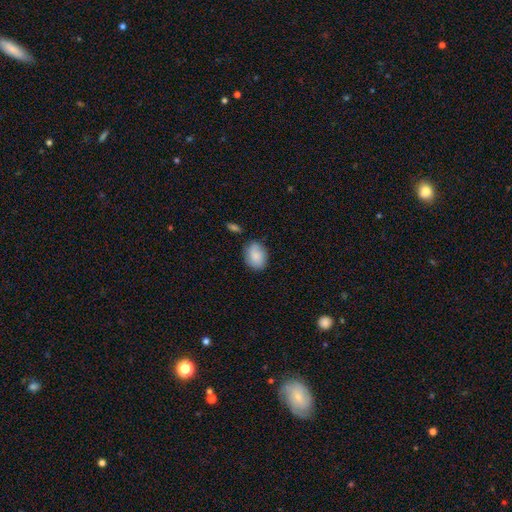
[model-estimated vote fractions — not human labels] Q: Smooth or featured?
A: smooth (86%); runner-up: featured or disk (7%)
Q: How rounded?
A: in between (68%); runner-up: round (31%)
Q: Merging?
A: none (74%); runner-up: minor disturbance (19%)